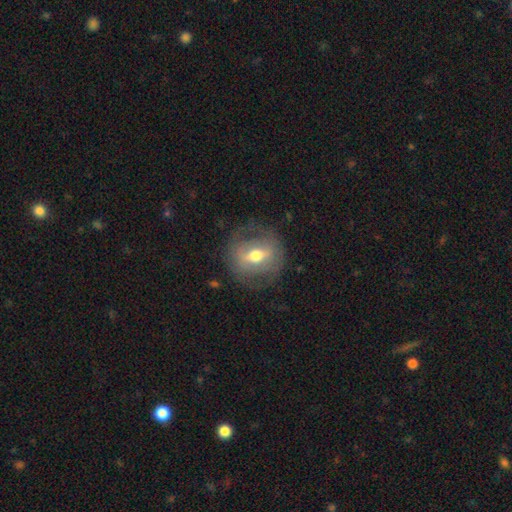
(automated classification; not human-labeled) featured or disk 63%, smooth 30%, star or artifact 7%. Down the decision tree: edge-on disk — no (82%); bar — strong (51%); spiral arms — no (67%); bulge size — moderate (72%); merging — none (74%).